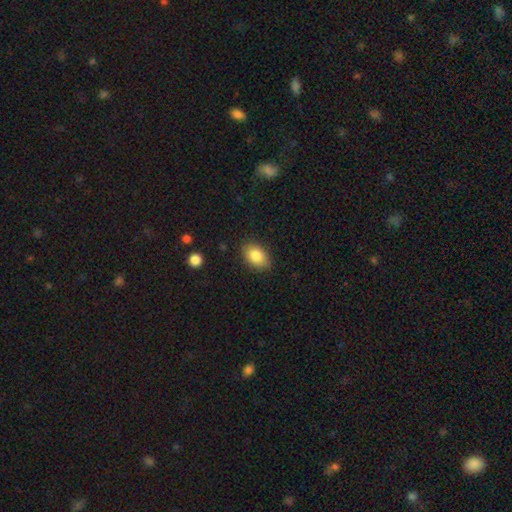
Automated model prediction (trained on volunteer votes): The model was most divided on "merging": none: 85%, minor disturbance: 11%, major disturbance: 3%, merger: 1%. More confident: how rounded — in between (87%); smooth or featured — smooth (84%).